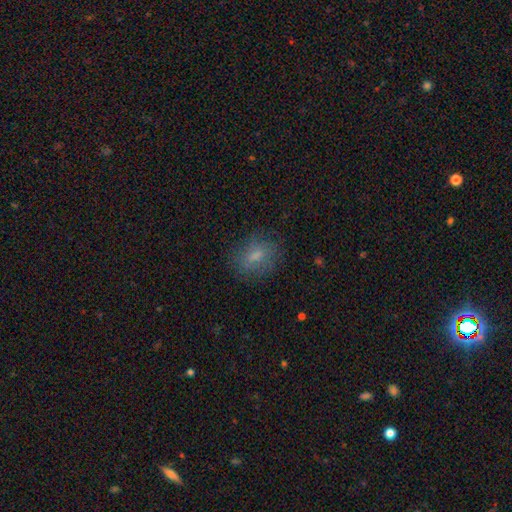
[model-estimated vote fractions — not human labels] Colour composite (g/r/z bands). It shows a smooth galaxy with no disk features (69%) that is in between round and cigar-shaped (59%). Merging: none (75%).